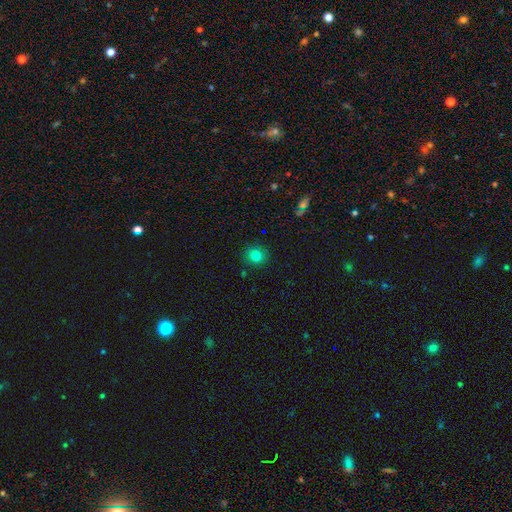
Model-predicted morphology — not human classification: Smooth or featured: smooth — 82% (star or artifact — 13%)
How rounded: round — 87% (in between — 12%)
Merging: none — 89% (minor disturbance — 8%)